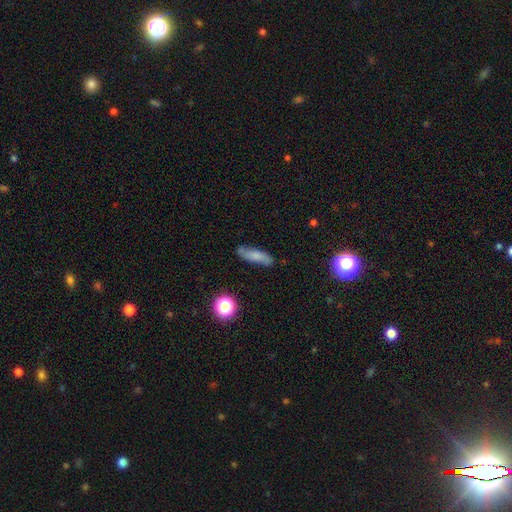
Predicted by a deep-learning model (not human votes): Smooth or featured? smooth (61%)
How rounded? cigar-shaped (57%)
Merging? none (76%)